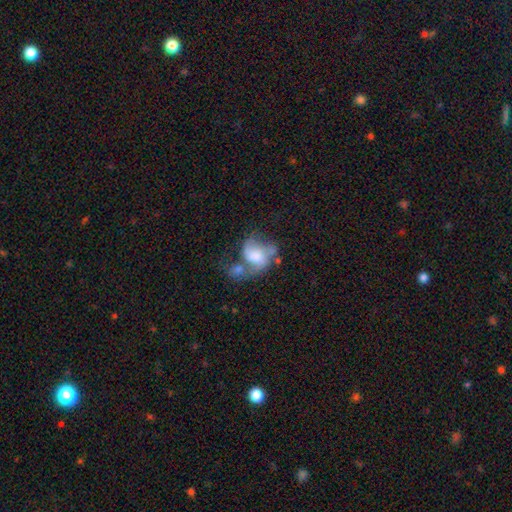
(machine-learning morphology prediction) featured or disk 53%, smooth 38%, star or artifact 9%. Down the decision tree: edge-on disk — no (97%); bar — no (65%); spiral arms — yes (69%); bulge size — moderate (34%); merging — merger (39%).